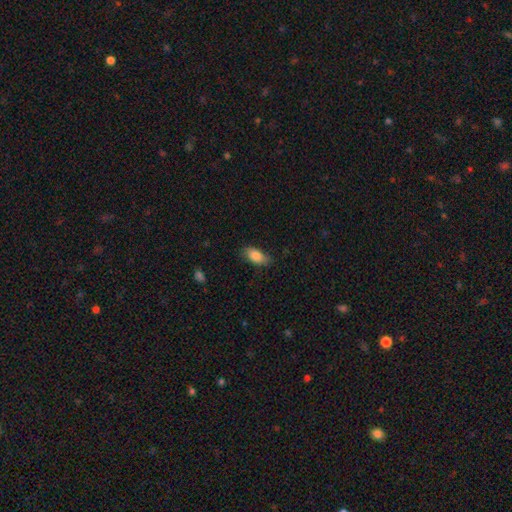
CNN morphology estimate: This appears to be a smooth galaxy with no disk features (85%) that is in between round and cigar-shaped (90%). Merging: none (78%).